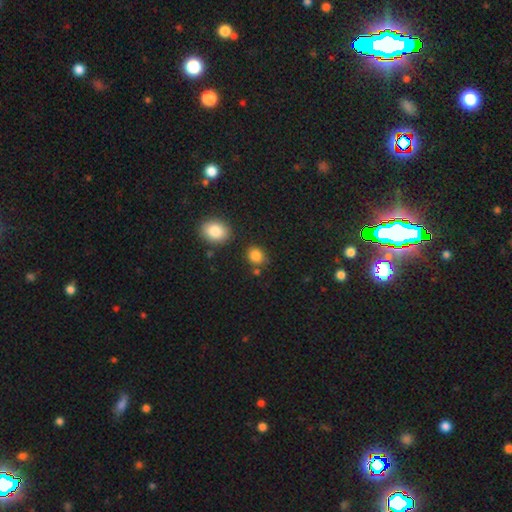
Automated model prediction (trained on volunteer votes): smooth_or_featured: smooth (p=0.84) [alt: star or artifact p=0.11]
how_rounded: round (p=0.61) [alt: in between p=0.38]
merging: none (p=0.77) [alt: minor disturbance p=0.12]